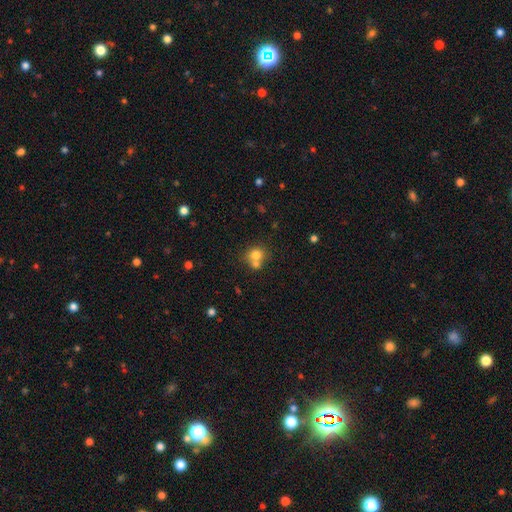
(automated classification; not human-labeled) Smooth or featured?
  - smooth: 75% *
  - featured or disk: 13%
  - star or artifact: 12%
How rounded?
  - round: 78% *
  - in between: 21%
  - cigar-shaped: 1%
Merging?
  - merger: 45% *
  - none: 43%
  - minor disturbance: 8%
  - major disturbance: 4%